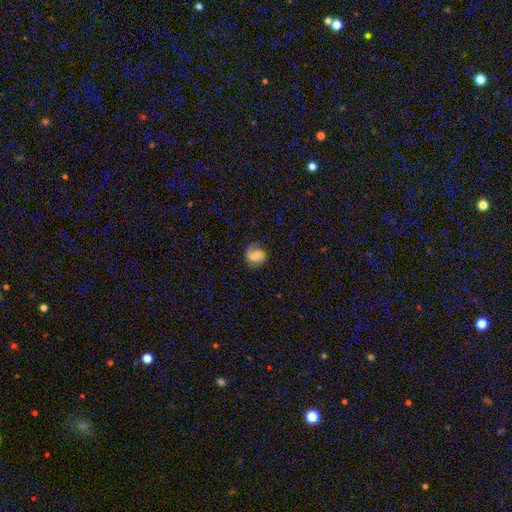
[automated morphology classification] smooth-or-featured: featured or disk: 61% | smooth: 31% | star or artifact: 8%
  disk-edge-on: no: 98% | yes: 2%
    bar: no: 48% | weak: 41% | strong: 11%
    has-spiral-arms: yes: 93% | no: 7%
      spiral-winding: medium: 44% | loose: 29% | tight: 27%
      spiral-arm-count: 2: 69% | 1: 22% | can't tell: 6% | 3: 1% | 4: 1% | more than 4: 1%
    bulge-size: small: 35% | moderate: 31% | none: 23% | large: 9% | dominant: 2%
  merging: none: 68% | minor disturbance: 20% | major disturbance: 11% | merger: 1%